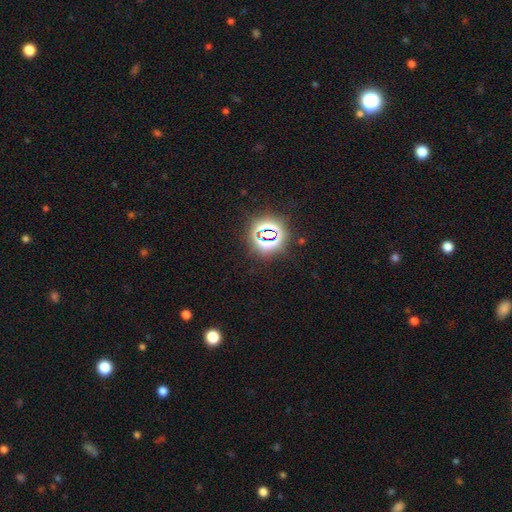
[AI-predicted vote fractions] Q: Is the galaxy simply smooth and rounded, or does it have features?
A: star or artifact — 79%.